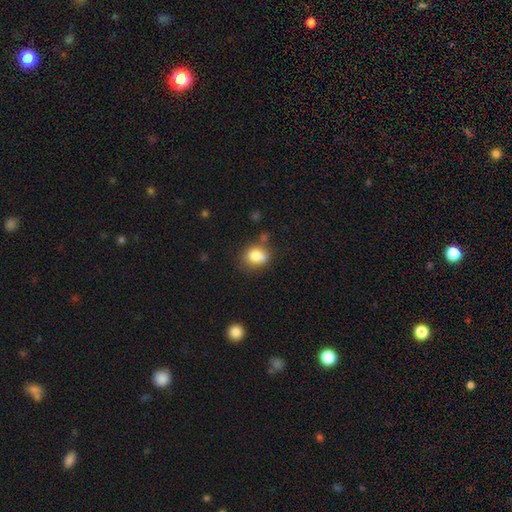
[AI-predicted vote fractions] The model was most divided on "how rounded": round: 55%, in between: 44%, cigar-shaped: 1%. More confident: smooth or featured — smooth (78%); merging — none (51%).